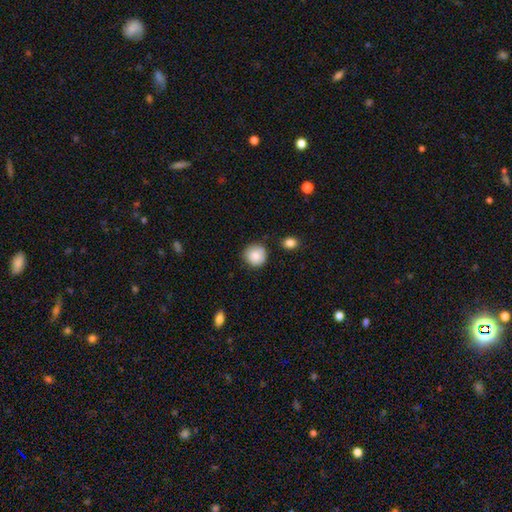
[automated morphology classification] smooth 82%, featured or disk 10%, star or artifact 8%. Down the decision tree: how rounded — round (93%); merging — none (82%).